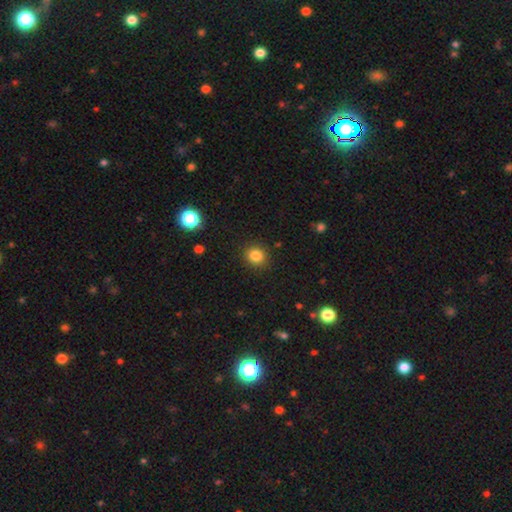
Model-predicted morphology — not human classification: smooth 84%, star or artifact 12%, featured or disk 5%. Down the decision tree: how rounded — round (86%); merging — none (90%).